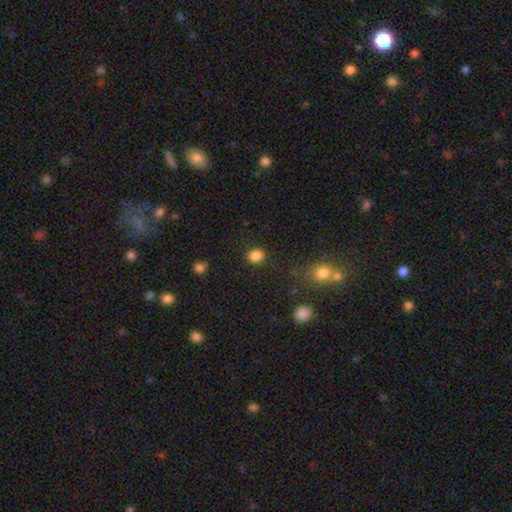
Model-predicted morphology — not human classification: Overall: smooth (85%). How rounded: round (64%; in between 35%). Merging: none (85%).